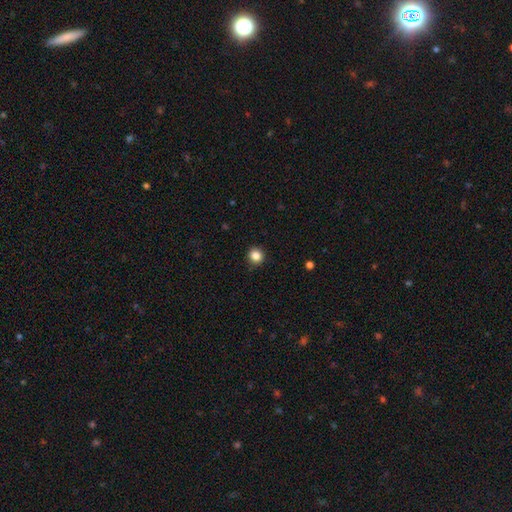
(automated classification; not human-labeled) The model was most divided on "smooth or featured": smooth: 85%, star or artifact: 11%, featured or disk: 4%. More confident: how rounded — round (90%); merging — none (90%).